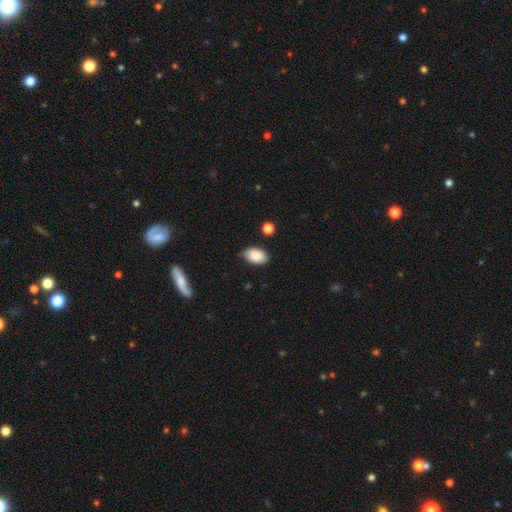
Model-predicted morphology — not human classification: The model was most divided on "merging": none: 79%, minor disturbance: 16%, major disturbance: 3%, merger: 2%. More confident: how rounded — in between (92%); smooth or featured — smooth (88%).